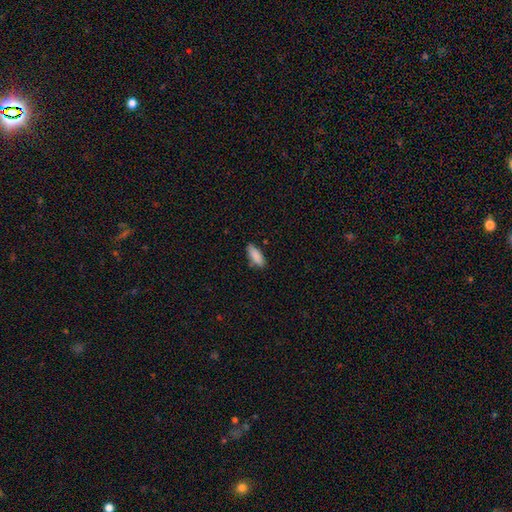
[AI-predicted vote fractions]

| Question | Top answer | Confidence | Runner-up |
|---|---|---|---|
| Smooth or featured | smooth | 88% | star or artifact (7%) |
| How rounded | in between | 73% | cigar-shaped (25%) |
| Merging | none | 79% | minor disturbance (16%) |